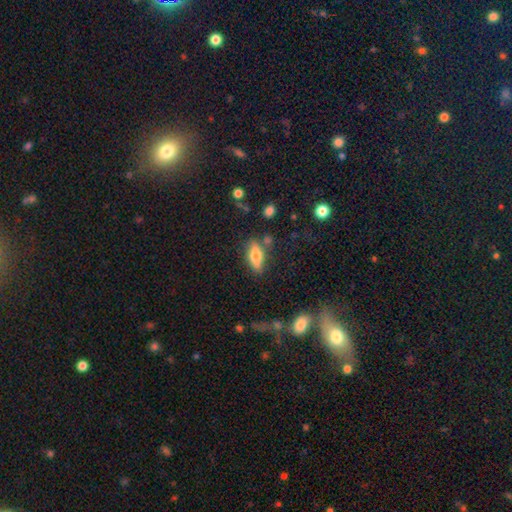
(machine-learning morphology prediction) Smooth or featured? smooth (62%)
How rounded? in between (65%)
Merging? none (75%)